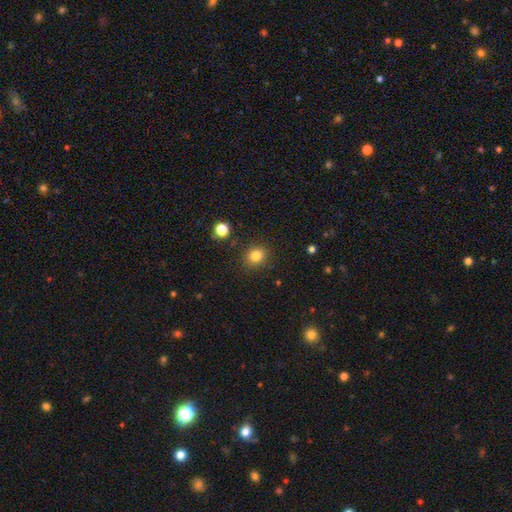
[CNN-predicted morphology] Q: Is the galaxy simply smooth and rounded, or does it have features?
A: smooth — 83%.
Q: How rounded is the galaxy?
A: round — 68%.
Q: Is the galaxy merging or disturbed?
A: none — 87%.